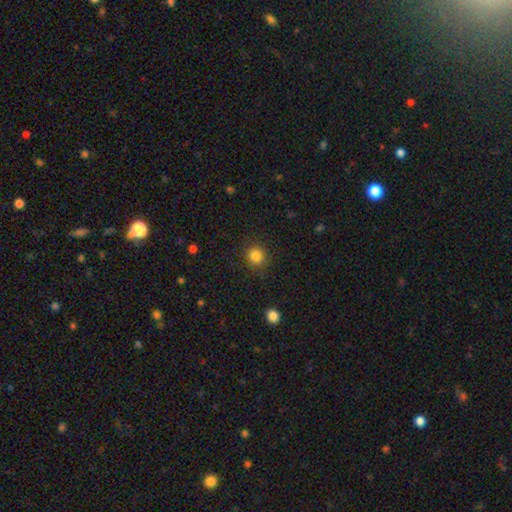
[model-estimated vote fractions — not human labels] A smooth galaxy with no disk features (85%) that is round (89%).

Vote fractions:
- Smooth or featured? smooth: 85% / star or artifact: 11% / featured or disk: 4%
- How rounded? round: 89% / in between: 10% / cigar-shaped: 1%
- Merging? none: 87% / minor disturbance: 8% / major disturbance: 3% / merger: 1%